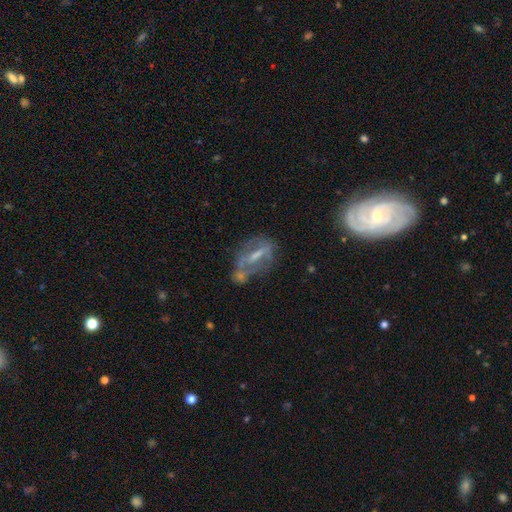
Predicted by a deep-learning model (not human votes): Smooth or featured? featured or disk (63%)
Edge-on disk? no (84%)
Bar? strong (40%)
Spiral arms? no (60%)
Bulge size? small (39%)
Merging? none (40%)